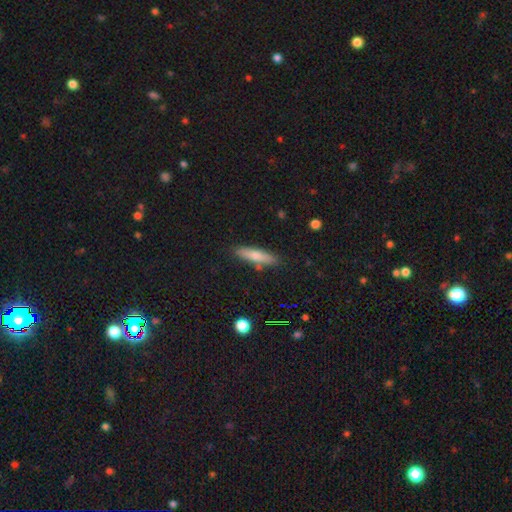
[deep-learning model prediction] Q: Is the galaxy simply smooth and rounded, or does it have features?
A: smooth — 72%.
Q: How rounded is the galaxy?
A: cigar-shaped — 76%.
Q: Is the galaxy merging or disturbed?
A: none — 84%.